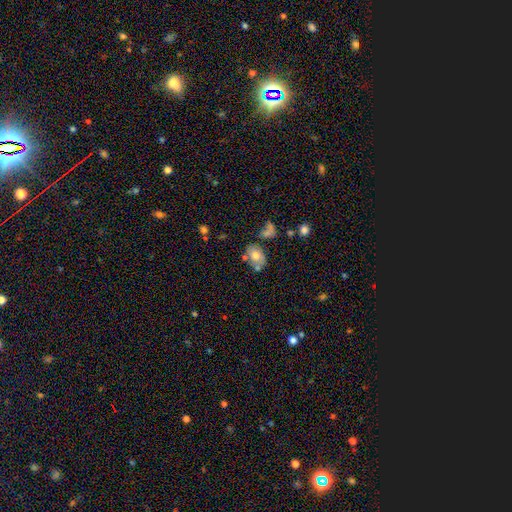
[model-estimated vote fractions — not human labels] This appears to be a smooth galaxy with no disk features (66%) that is in between round and cigar-shaped (76%). Merging: none (47%).